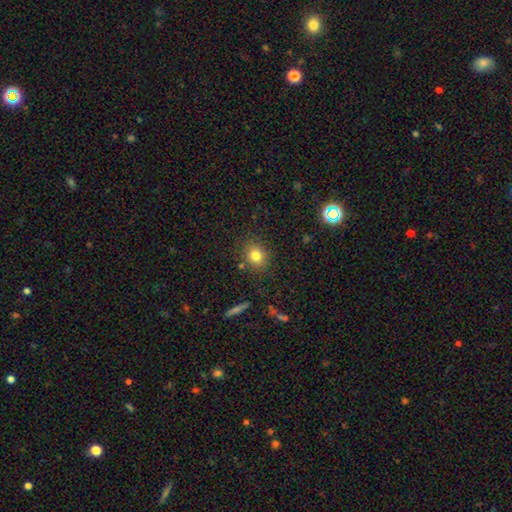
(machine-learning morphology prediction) This appears to be a smooth galaxy with no disk features (79%) that is round (79%). Merging: none (83%).